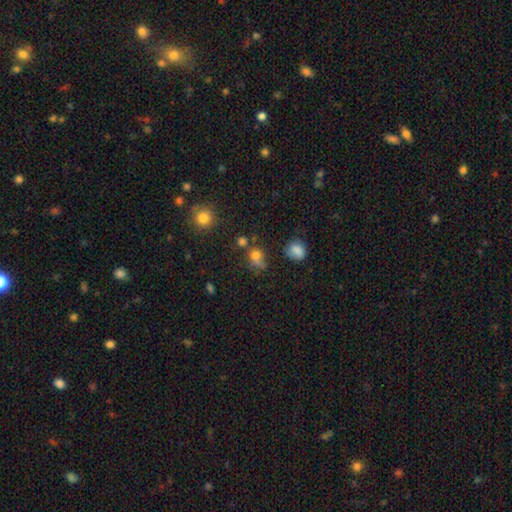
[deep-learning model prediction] smooth_or_featured: smooth (p=0.74) [alt: star or artifact p=0.17]
how_rounded: round (p=0.68) [alt: in between p=0.30]
merging: none (p=0.48) [alt: minor disturbance p=0.21]